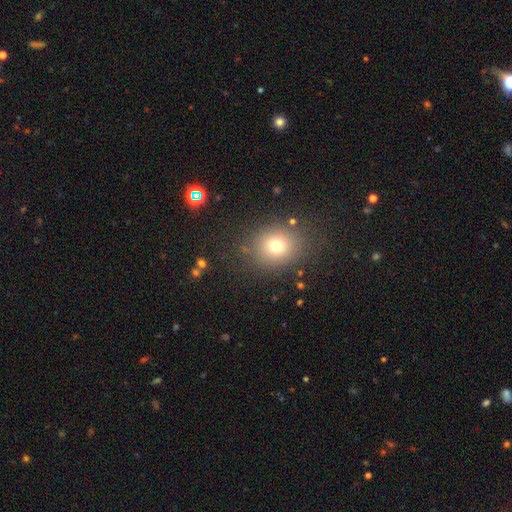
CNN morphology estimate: smooth_or_featured: smooth (p=0.65) [alt: star or artifact p=0.26]
how_rounded: round (p=0.64) [alt: in between p=0.35]
merging: none (p=0.87) [alt: minor disturbance p=0.08]